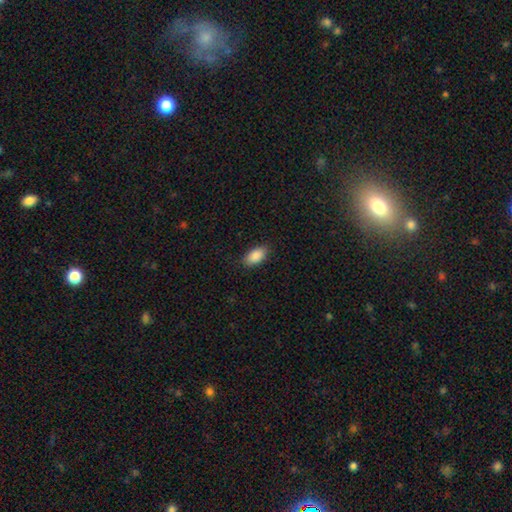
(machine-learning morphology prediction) A smooth galaxy with no disk features (89%) that is in between round and cigar-shaped (93%). Merging: none (86%).